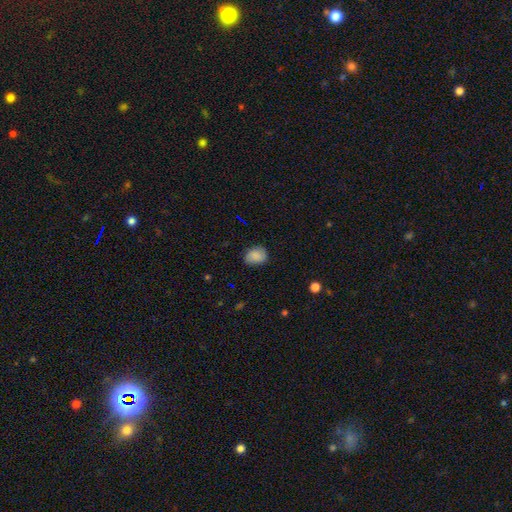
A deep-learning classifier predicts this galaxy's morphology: Smooth or featured: smooth — 82% (featured or disk — 9%)
How rounded: in between — 55% (round — 44%)
Merging: none — 76% (minor disturbance — 19%)